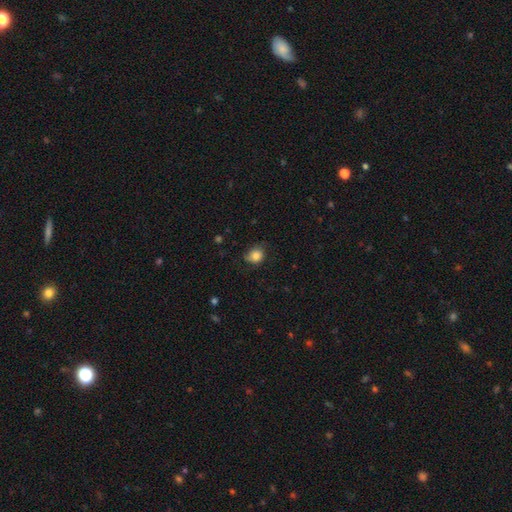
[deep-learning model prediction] smooth-or-featured: smooth: 82% | star or artifact: 10% | featured or disk: 8%
  how-rounded: round: 69% | in between: 30% | cigar-shaped: 1%
  merging: none: 66% | minor disturbance: 26% | major disturbance: 7% | merger: 1%